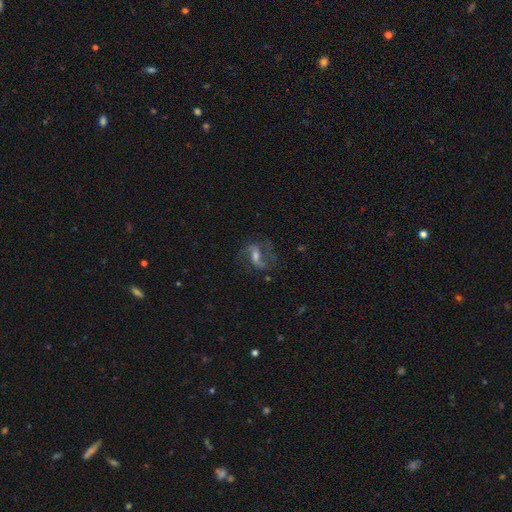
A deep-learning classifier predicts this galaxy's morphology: The model was most divided on "spiral winding": loose: 51%, medium: 40%, tight: 9%. Remaining: edge-on disk — no (95%); spiral arms — yes (91%); spiral arm count — 2 (85%); smooth or featured — featured or disk (76%); merging — none (61%); bulge size — moderate (47%); bar — weak (46%).